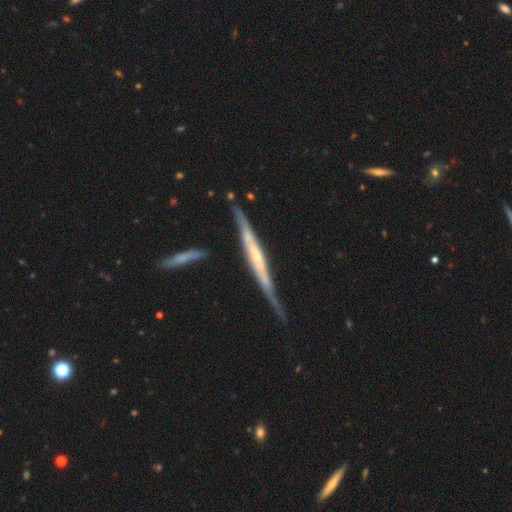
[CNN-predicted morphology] Smooth or featured? featured or disk (75%)
Edge-on disk? yes (90%)
Edge-on bulge? none (53%)
Merging? none (59%)